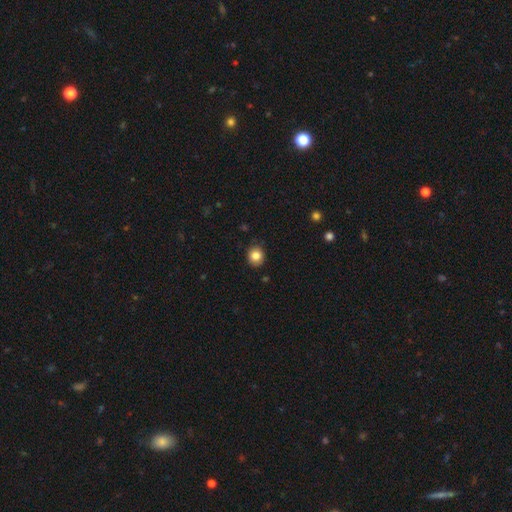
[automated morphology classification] Smooth or featured? Predicted: smooth (p=0.84). How rounded? Predicted: round (p=0.80). Merging? Predicted: none (p=0.88).